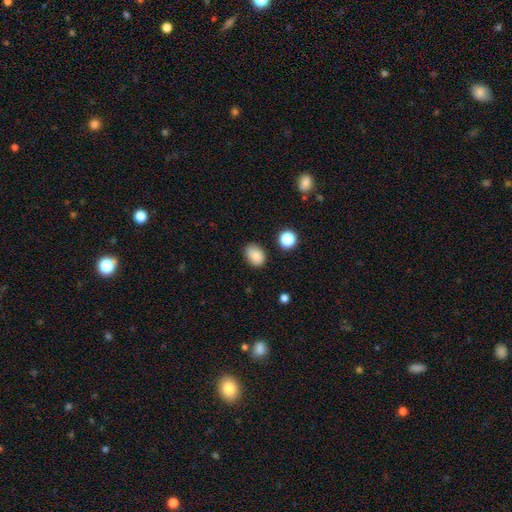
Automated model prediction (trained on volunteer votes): Morphology: type=smooth (85%); roundness=in between (73%); merging=none (78%).